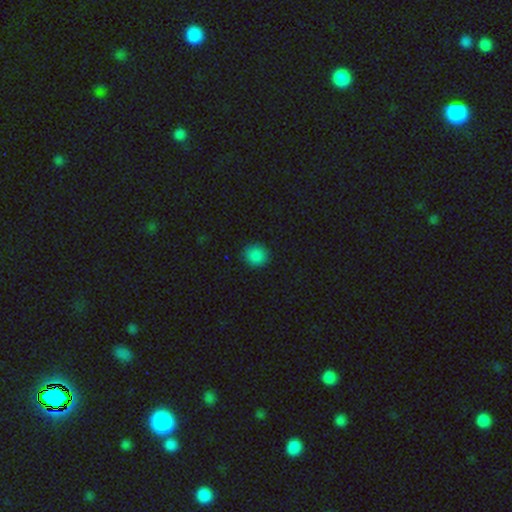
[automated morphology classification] smooth_or_featured: smooth (p=0.86) [alt: star or artifact p=0.11]
how_rounded: round (p=0.89) [alt: in between p=0.10]
merging: none (p=0.91) [alt: minor disturbance p=0.06]